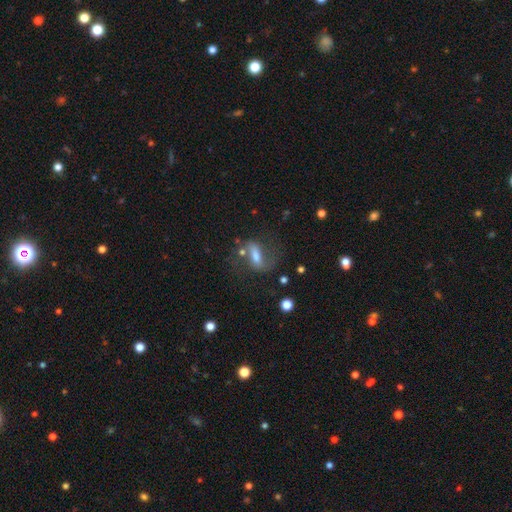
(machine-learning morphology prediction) Overall: featured or disk (56%; smooth 31%). Edge-on disk: no (88%). Merging: none (53%; major disturbance 22%).